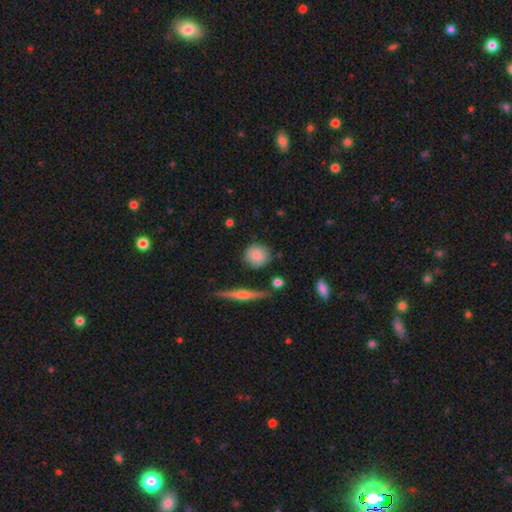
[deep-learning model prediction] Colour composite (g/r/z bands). It shows a smooth galaxy with no disk features (80%) that is round (87%). Merging: none (80%).